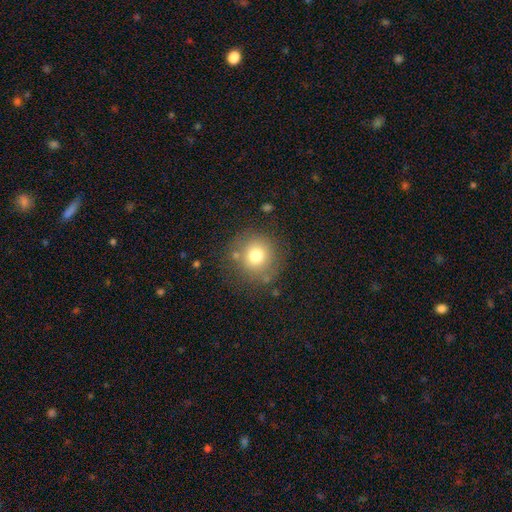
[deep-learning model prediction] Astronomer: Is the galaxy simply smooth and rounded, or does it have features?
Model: smooth — 76%.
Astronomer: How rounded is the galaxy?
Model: round — 93%.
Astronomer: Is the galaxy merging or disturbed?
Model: none — 80%.